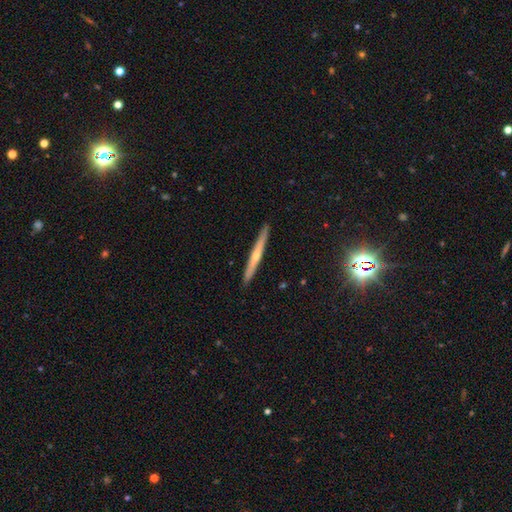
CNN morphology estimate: smooth-or-featured: featured or disk: 64% | smooth: 29% | star or artifact: 7%
  disk-edge-on: yes: 97% | no: 3%
    edge-on-bulge: rounded: 71% | none: 27% | boxy: 3%
  merging: none: 92% | minor disturbance: 6% | major disturbance: 1% | merger: 1%